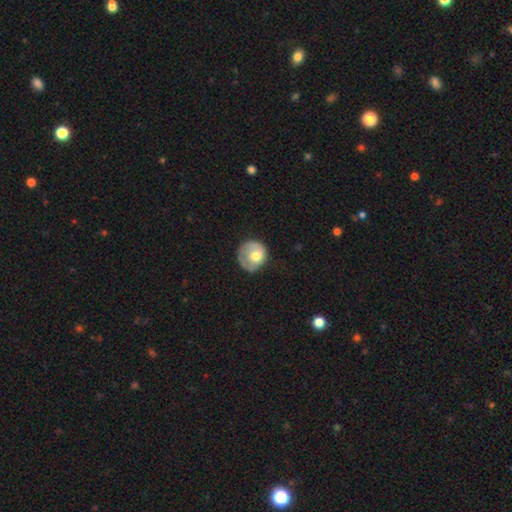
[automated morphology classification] Smooth or featured? Predicted: smooth (p=0.62). How rounded? Predicted: round (p=0.81). Merging? Predicted: none (p=0.49).